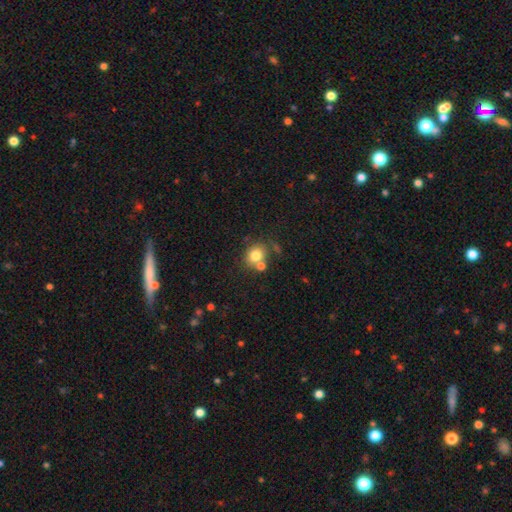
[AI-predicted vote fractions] This is likely a smooth galaxy (78%). How rounded: likely round (74%). Merging: likely none (60%).